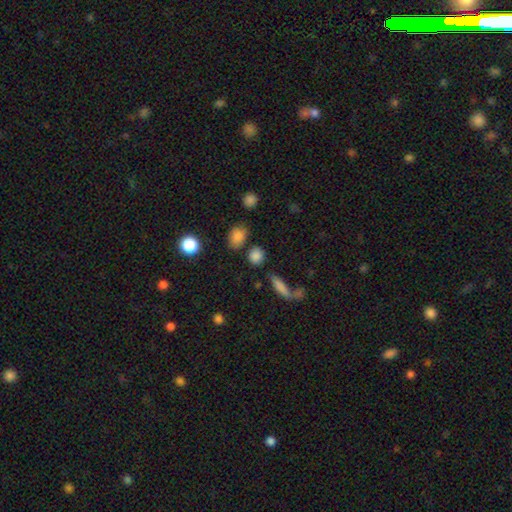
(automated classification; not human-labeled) This appears to be a smooth galaxy with no disk features (82%) that is round (65%). Merging: none (75%).